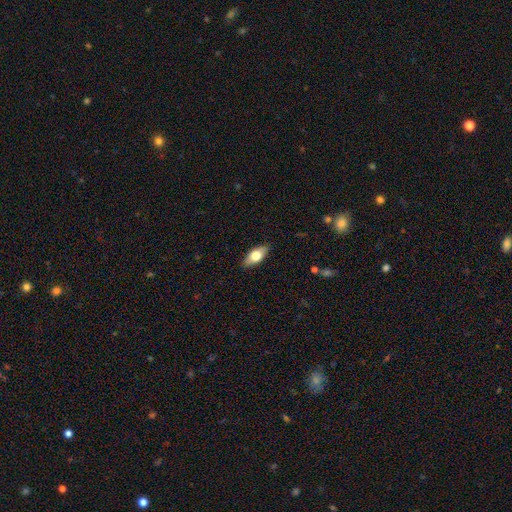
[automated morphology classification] smooth 64%, featured or disk 29%, star or artifact 7%. Down the decision tree: how rounded — in between (83%); merging — none (87%).